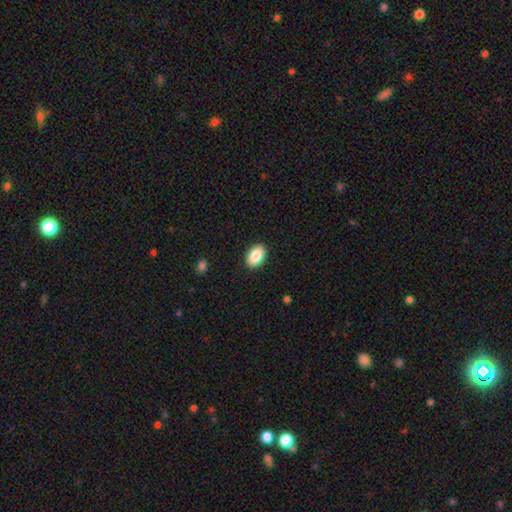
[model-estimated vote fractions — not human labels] The model was most divided on "smooth or featured": smooth: 88%, star or artifact: 7%, featured or disk: 5%. More confident: how rounded — in between (90%); merging — none (90%).